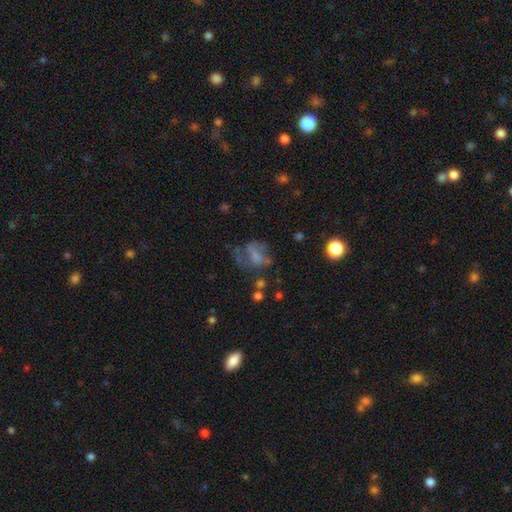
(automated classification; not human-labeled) A smooth galaxy with no disk features (45%).

Vote fractions:
- Smooth or featured? smooth: 45% / featured or disk: 37% / star or artifact: 18%
- Merging? major disturbance: 37% / none: 35% / minor disturbance: 20% / merger: 8%